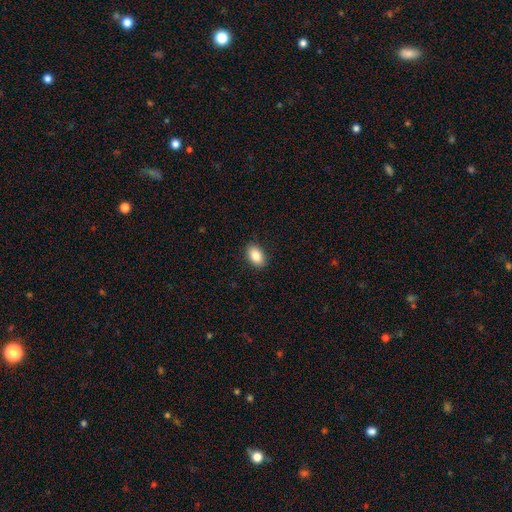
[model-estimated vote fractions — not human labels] Overall: smooth (86%). How rounded: in between (88%). Merging: none (89%).